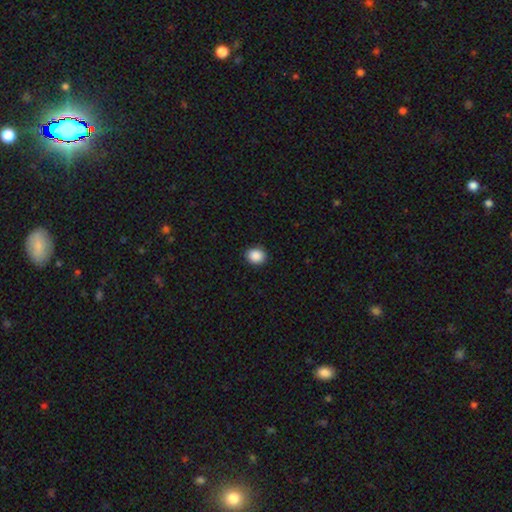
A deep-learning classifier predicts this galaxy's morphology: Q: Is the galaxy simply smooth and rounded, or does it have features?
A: smooth — 89%.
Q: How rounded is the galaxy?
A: round — 71%.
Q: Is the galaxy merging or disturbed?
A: none — 90%.